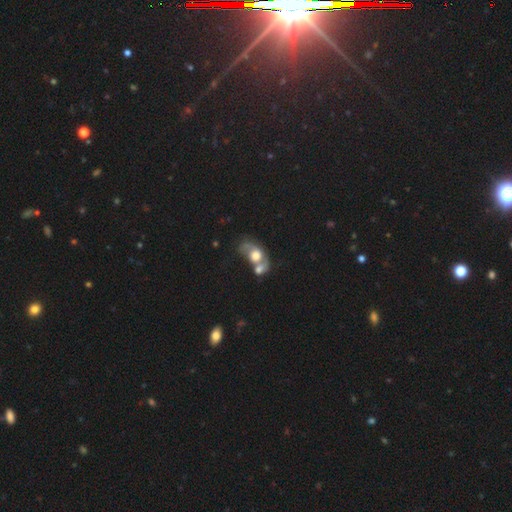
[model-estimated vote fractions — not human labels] Q: Smooth or featured?
A: featured or disk (50%); runner-up: smooth (40%)
Q: Edge-on disk?
A: no (95%); runner-up: yes (5%)
Q: Merging?
A: merger (64%); runner-up: none (15%)